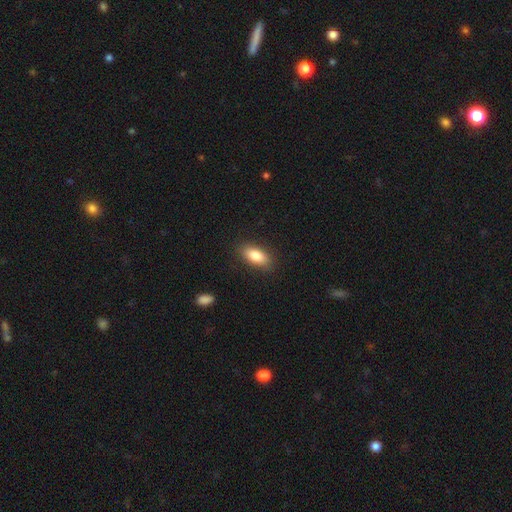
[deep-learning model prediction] smooth-or-featured: smooth: 84% | featured or disk: 9% | star or artifact: 7%
  how-rounded: in between: 85% | cigar-shaped: 12% | round: 4%
  merging: none: 87% | minor disturbance: 10% | major disturbance: 3% | merger: 1%